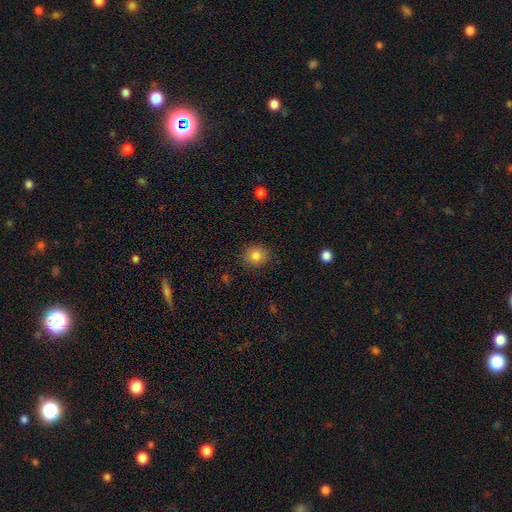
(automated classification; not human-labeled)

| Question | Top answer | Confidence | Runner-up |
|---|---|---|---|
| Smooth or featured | smooth | 84% | star or artifact (10%) |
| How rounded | round | 85% | in between (14%) |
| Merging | none | 87% | minor disturbance (9%) |